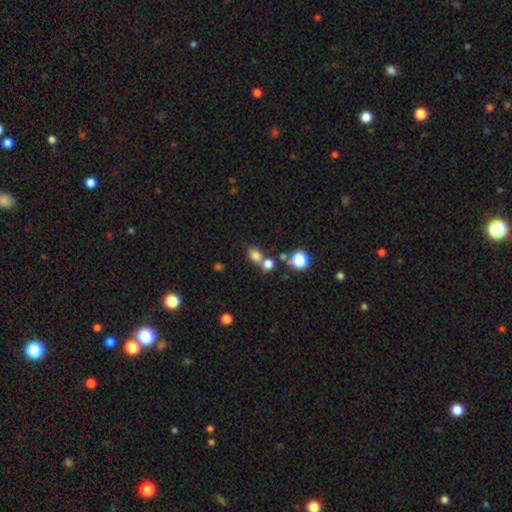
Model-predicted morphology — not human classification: Smooth or featured? Predicted: smooth (p=0.77). How rounded? Predicted: round (p=0.59). Merging? Predicted: none (p=0.51).